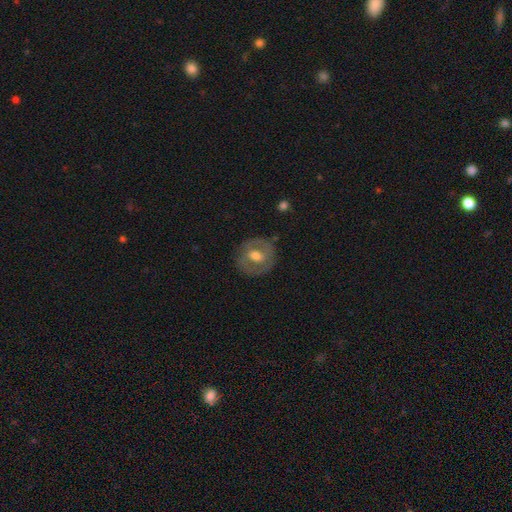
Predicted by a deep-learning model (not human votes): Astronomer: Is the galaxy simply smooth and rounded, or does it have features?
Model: featured or disk — 53% (runner-up: smooth, 40%).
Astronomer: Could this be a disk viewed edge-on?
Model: no — 95%.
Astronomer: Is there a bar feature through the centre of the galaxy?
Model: no — 46% (runner-up: weak, 40%).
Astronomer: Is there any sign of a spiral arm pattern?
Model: no — 68%.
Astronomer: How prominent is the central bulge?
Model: moderate — 73%.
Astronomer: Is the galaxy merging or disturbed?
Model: none — 81%.